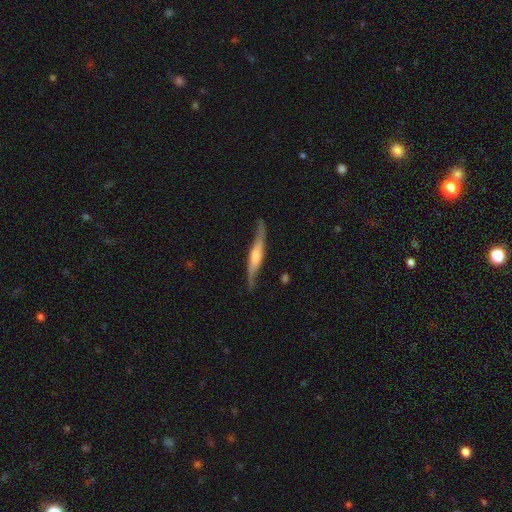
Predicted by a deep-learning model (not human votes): Smooth or featured: featured or disk — 75% (smooth — 19%)
Edge-on disk: yes — 79% (no — 21%)
Edge-on bulge: rounded — 62% (boxy — 24%)
Merging: none — 77% (minor disturbance — 17%)